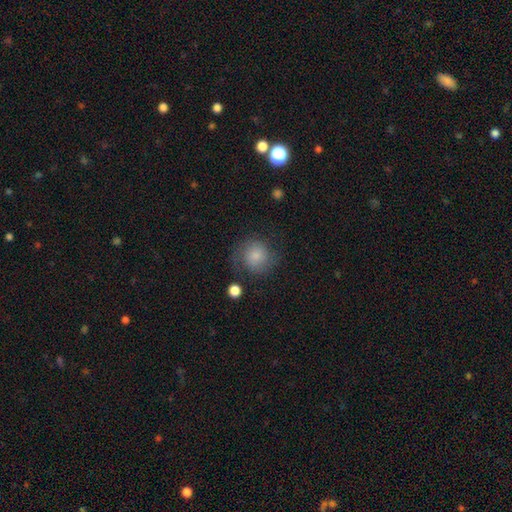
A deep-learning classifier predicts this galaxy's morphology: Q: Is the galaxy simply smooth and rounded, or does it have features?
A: smooth — 68%.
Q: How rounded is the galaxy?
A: round — 87%.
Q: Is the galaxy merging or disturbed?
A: none — 66%.